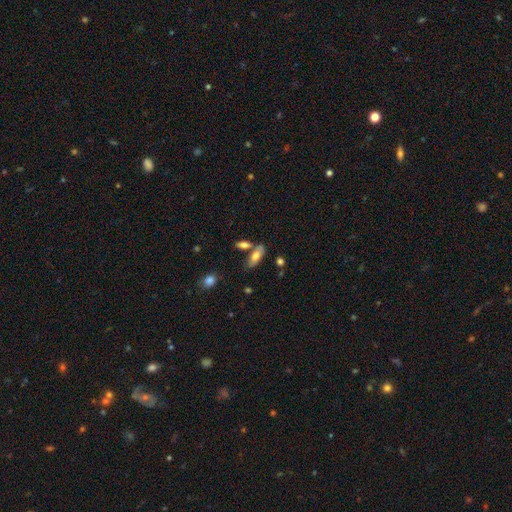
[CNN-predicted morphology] The model was most divided on "merging": none: 58%, merger: 24%, minor disturbance: 14%, major disturbance: 4%. More confident: how rounded — in between (77%); smooth or featured — smooth (70%).